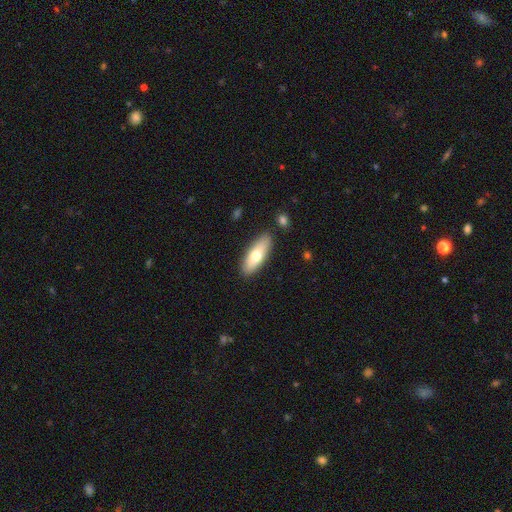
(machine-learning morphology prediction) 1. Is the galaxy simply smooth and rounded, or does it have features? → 69% smooth, 25% featured or disk, 6% star or artifact.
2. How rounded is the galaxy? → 64% in between, 34% cigar-shaped, 2% round.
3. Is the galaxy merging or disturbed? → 85% none, 10% minor disturbance, 3% merger, 2% major disturbance.